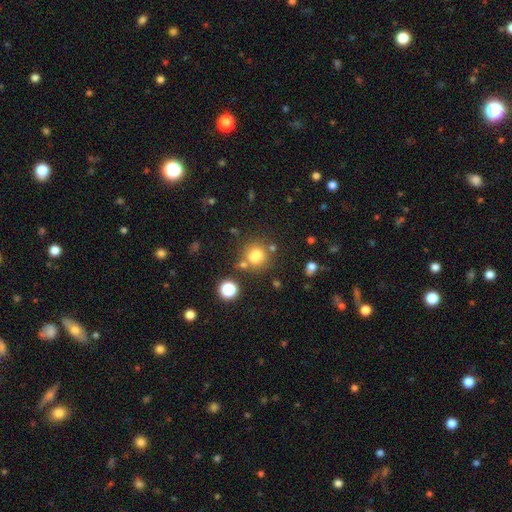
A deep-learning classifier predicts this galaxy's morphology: Overall: smooth (73%). How rounded: round (82%). Merging: none (62%).